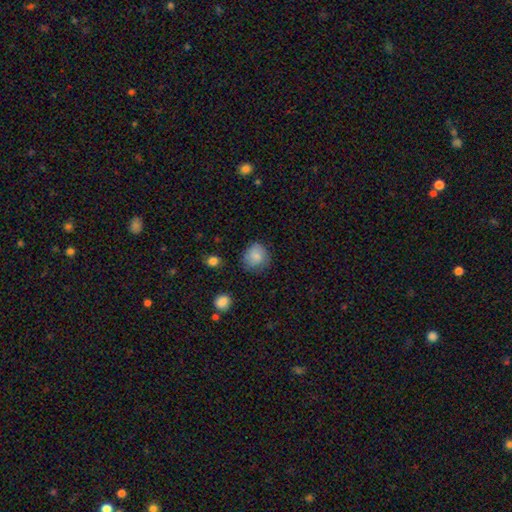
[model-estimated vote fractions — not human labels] The model was most divided on "merging": none: 74%, minor disturbance: 19%, major disturbance: 5%, merger: 2%. More confident: smooth or featured — smooth (83%); how rounded — round (79%).